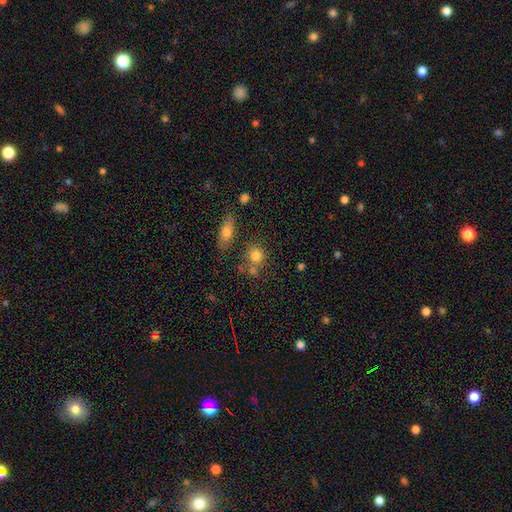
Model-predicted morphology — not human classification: A smooth galaxy with no disk features (79%) that is round (76%). Merging: none (62%).